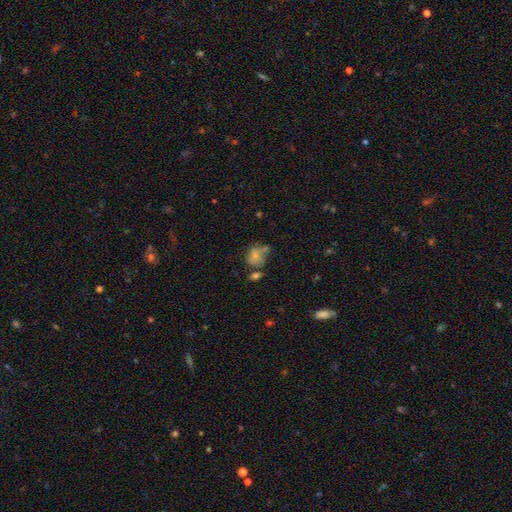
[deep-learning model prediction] smooth_or_featured: smooth (p=0.67) [alt: featured or disk p=0.20]
how_rounded: in between (p=0.57) [alt: round p=0.42]
merging: none (p=0.37) [alt: merger p=0.24]